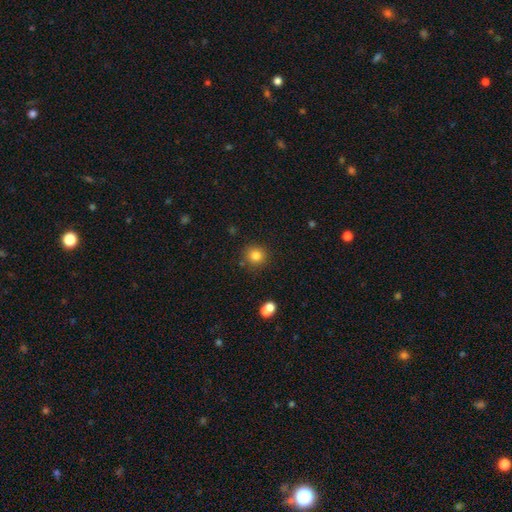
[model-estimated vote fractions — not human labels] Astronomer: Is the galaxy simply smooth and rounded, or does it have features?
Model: smooth — 81%.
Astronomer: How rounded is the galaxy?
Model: round — 92%.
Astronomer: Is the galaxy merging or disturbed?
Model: none — 86%.